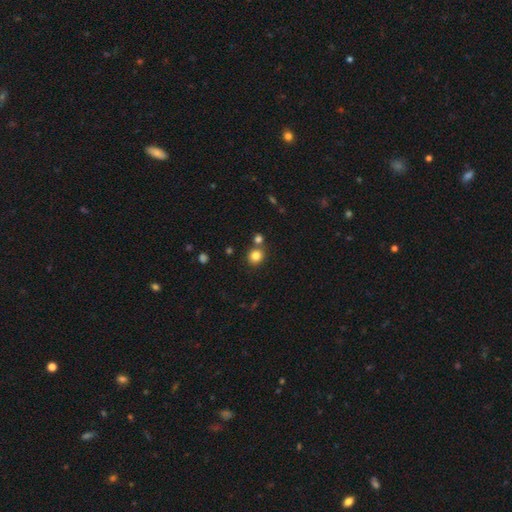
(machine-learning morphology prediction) smooth-or-featured: smooth: 83% | star or artifact: 12% | featured or disk: 6%
  how-rounded: round: 83% | in between: 16% | cigar-shaped: 1%
  merging: none: 73% | merger: 16% | minor disturbance: 8% | major disturbance: 3%